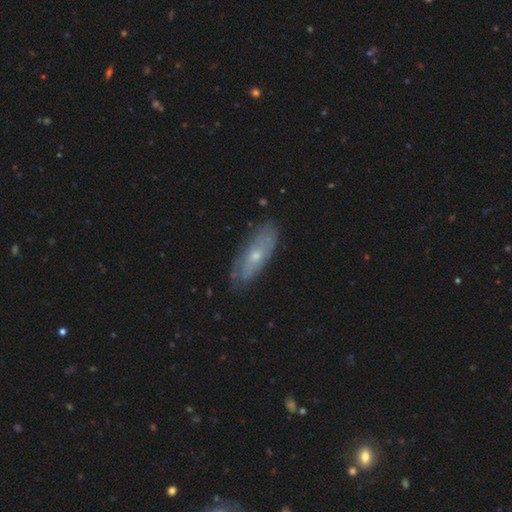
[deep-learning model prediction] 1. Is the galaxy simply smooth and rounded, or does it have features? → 59% featured or disk, 34% smooth, 7% star or artifact.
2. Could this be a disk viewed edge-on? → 78% no, 22% yes.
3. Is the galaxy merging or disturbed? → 72% none, 21% minor disturbance, 5% major disturbance, 2% merger.